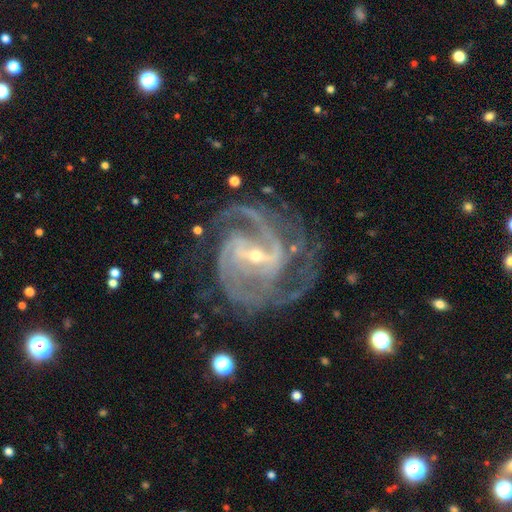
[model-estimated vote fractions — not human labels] Overall: featured or disk (93%). Edge-on disk: no (98%). Bar: strong (51%; weak 37%). Spiral arms: yes (98%). Spiral arm count: 2 (51%; 3 24%). Spiral winding: medium (52%; tight 40%). Bulge size: small (73%). Merging: none (69%).